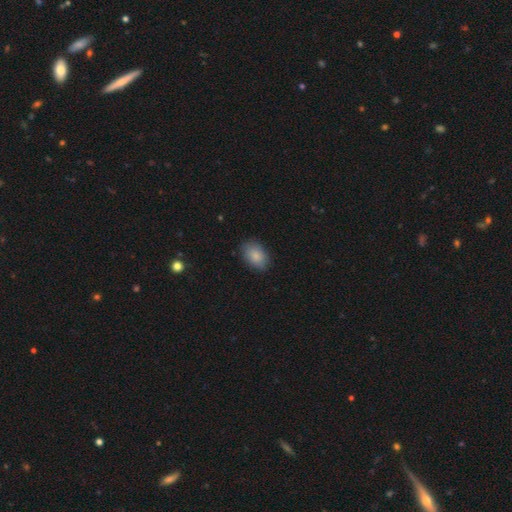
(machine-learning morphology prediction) Overall: smooth (86%). How rounded: in between (84%). Merging: none (82%).